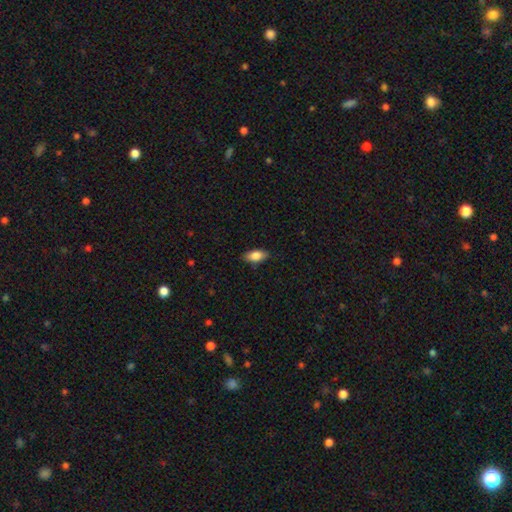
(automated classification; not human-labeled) A smooth galaxy with no disk features (82%) that is in between round and cigar-shaped (88%). Merging: none (83%).